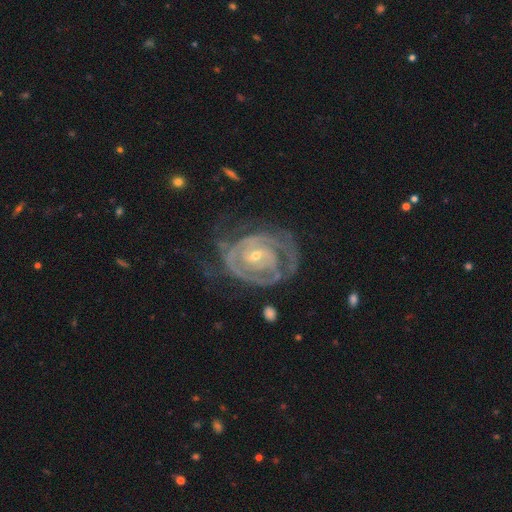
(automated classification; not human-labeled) Morphology: type=featured or disk (87%); edge-on=no (97%); bar=no (56%); spiral arms=yes (90%); winding=tight (72%); arm count=2 (34%); bulge=small (69%); merging=none (47%).